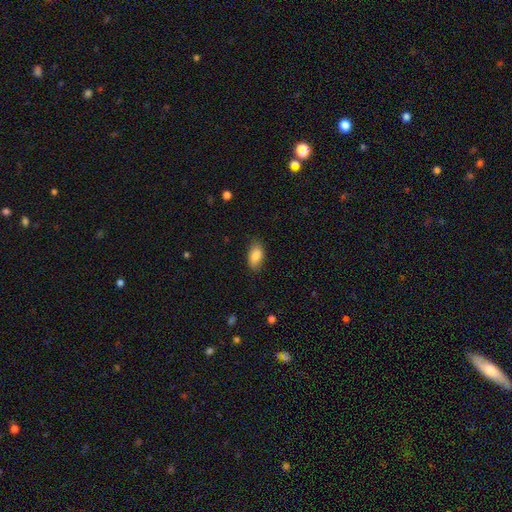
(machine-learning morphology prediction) A smooth galaxy with no disk features (87%) that is in between round and cigar-shaped (92%). Merging: none (82%).